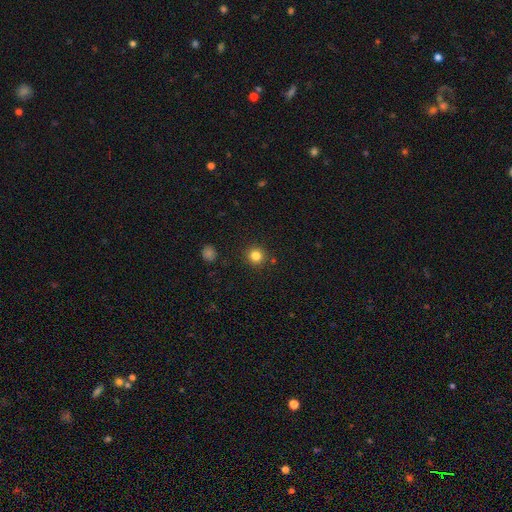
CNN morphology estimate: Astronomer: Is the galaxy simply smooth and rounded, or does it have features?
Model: smooth — 83%.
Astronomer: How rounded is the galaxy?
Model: round — 93%.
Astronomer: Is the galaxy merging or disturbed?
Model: none — 90%.